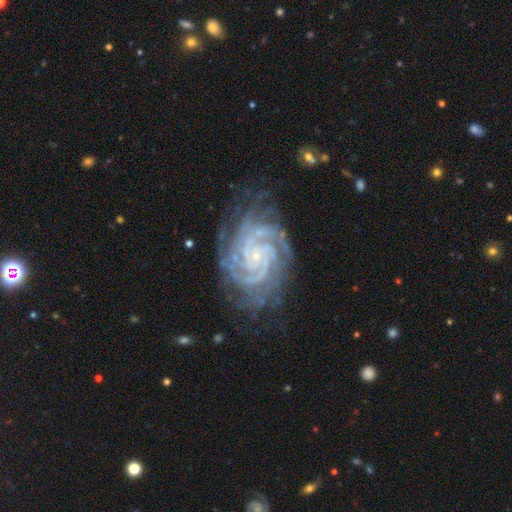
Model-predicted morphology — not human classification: type=featured or disk (92%); edge-on=no (98%); bar=no (70%); spiral arms=yes (99%); winding=tight (79%); arm count=4 (25%); bulge=small (86%); merging=none (73%).